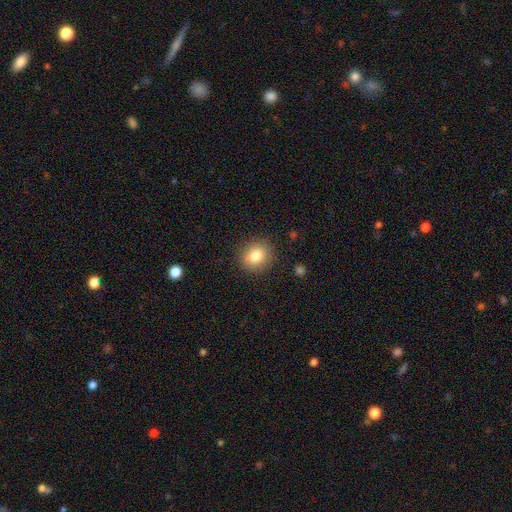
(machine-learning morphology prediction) This is clearly a smooth galaxy (82%). How rounded: likely round (77%). Merging: clearly none (87%).